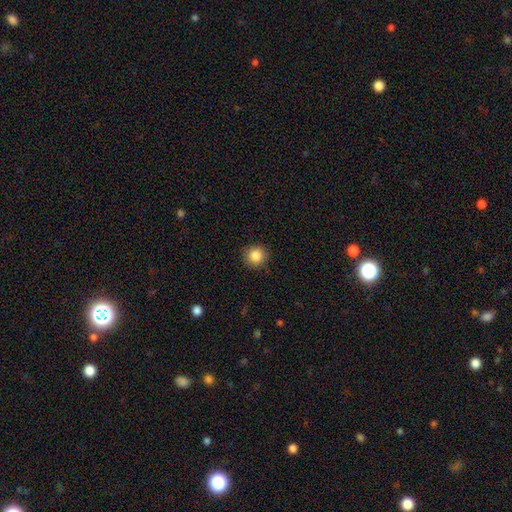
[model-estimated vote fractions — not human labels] A smooth galaxy with no disk features (86%) that is round (93%).

Vote fractions:
- Smooth or featured? smooth: 86% / star or artifact: 10% / featured or disk: 4%
- How rounded? round: 93% / in between: 6% / cigar-shaped: 1%
- Merging? none: 91% / minor disturbance: 6% / major disturbance: 2% / merger: 1%